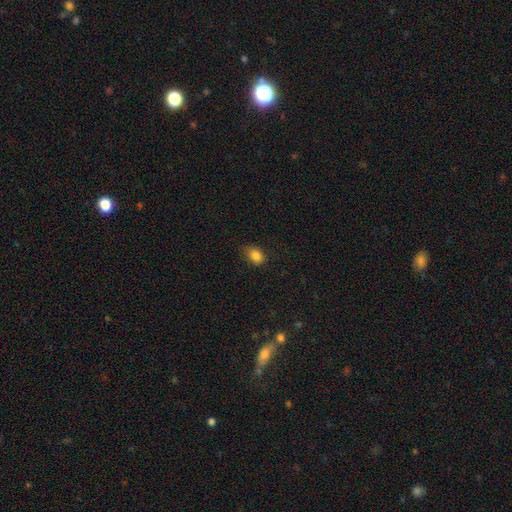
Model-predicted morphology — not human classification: Smooth or featured? Predicted: smooth (p=0.84). How rounded? Predicted: in between (p=0.67). Merging? Predicted: none (p=0.74).